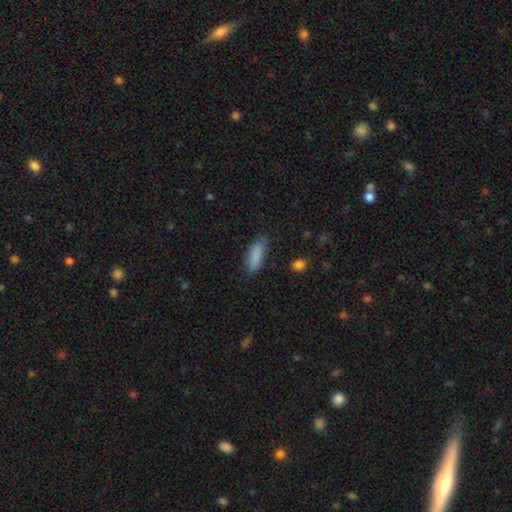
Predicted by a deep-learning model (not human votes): This is clearly a smooth galaxy (87%). How rounded: likely in between (63%). Merging: likely none (77%).